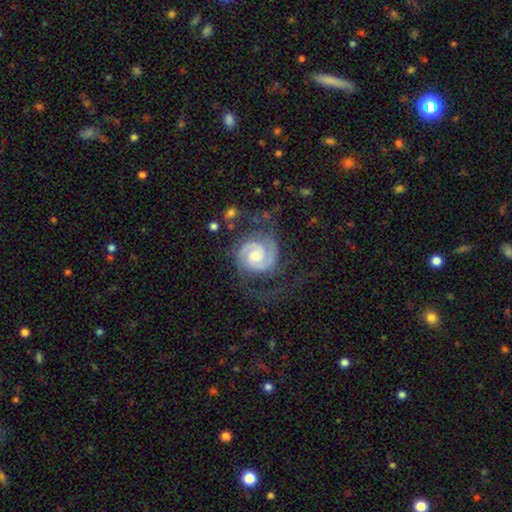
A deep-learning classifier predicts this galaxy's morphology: Smooth or featured: featured or disk — 89% (smooth — 6%)
Edge-on disk: no — 98% (yes — 2%)
Bar: no — 56% (weak — 36%)
Spiral arms: yes — 98% (no — 2%)
Spiral winding: tight — 56% (medium — 35%)
Spiral arm count: 2 — 84% (3 — 5%)
Bulge size: moderate — 49% (small — 37%)
Merging: none — 57% (major disturbance — 22%)